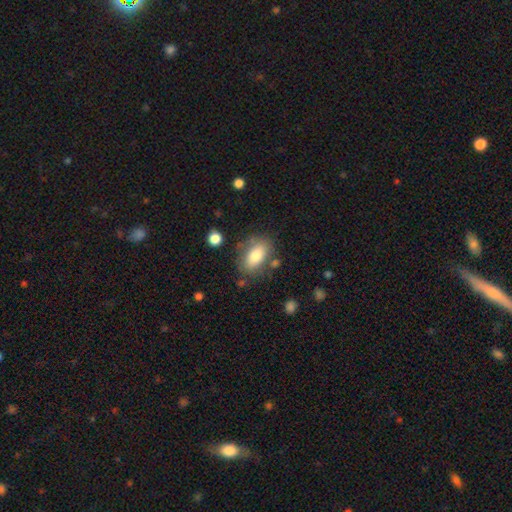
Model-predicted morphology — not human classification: Smooth or featured? smooth (76%)
How rounded? in between (89%)
Merging? none (73%)